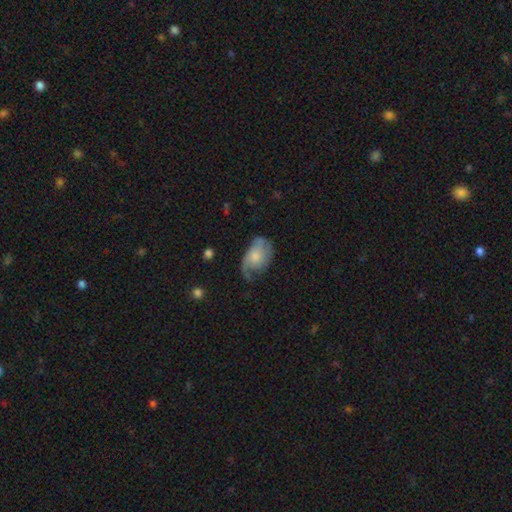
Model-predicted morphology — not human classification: This appears to be a featured or disk galaxy (49%). Merging: none (36%).